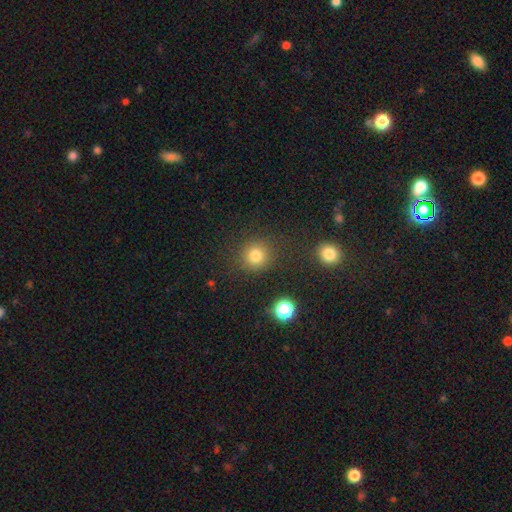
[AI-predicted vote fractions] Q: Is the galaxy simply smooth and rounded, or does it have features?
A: smooth — 78%.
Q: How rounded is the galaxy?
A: round — 91%.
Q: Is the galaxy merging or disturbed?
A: none — 86%.